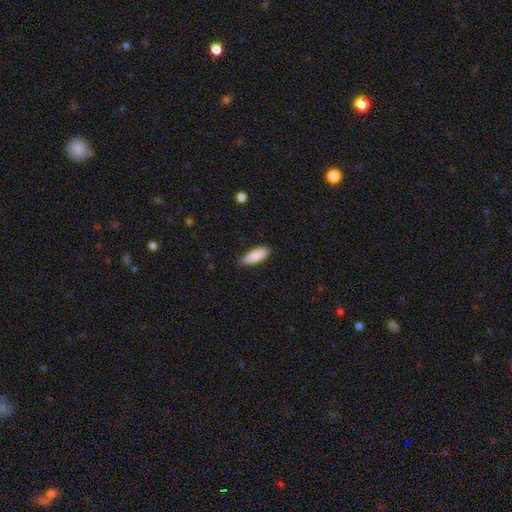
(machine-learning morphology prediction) The model was most divided on "how rounded": in between: 69%, cigar-shaped: 29%, round: 2%. More confident: smooth or featured — smooth (88%); merging — none (83%).